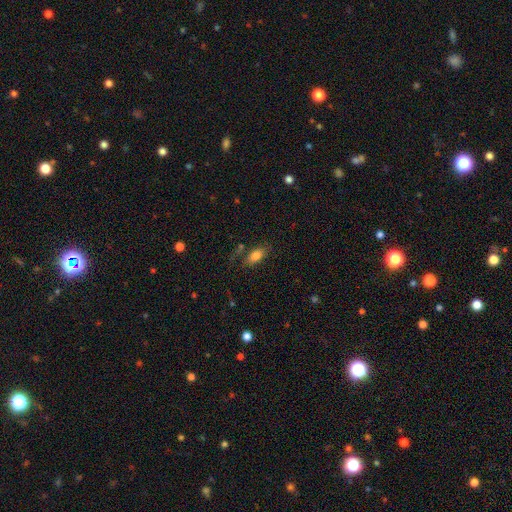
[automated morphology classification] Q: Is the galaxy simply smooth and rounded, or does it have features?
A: smooth — 78%.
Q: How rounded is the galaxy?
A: in between — 87%.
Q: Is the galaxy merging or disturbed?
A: none — 69%.